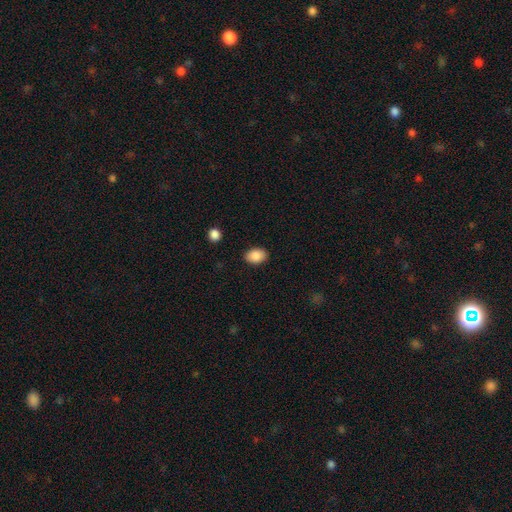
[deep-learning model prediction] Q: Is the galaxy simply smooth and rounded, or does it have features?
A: smooth — 88%.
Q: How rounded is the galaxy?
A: in between — 81%.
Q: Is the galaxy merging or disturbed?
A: none — 87%.